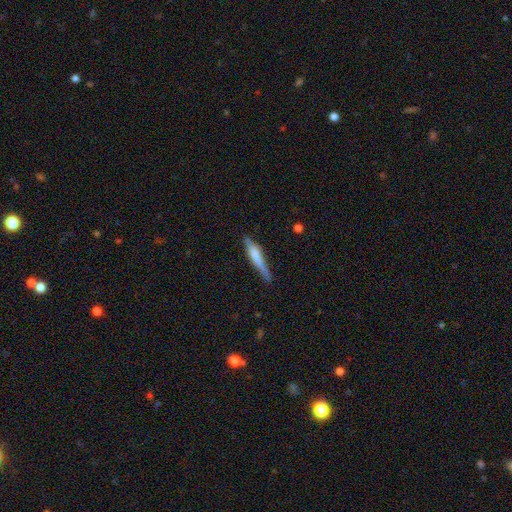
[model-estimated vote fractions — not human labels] Smooth or featured? Predicted: smooth (p=0.48). Merging? Predicted: none (p=0.74).